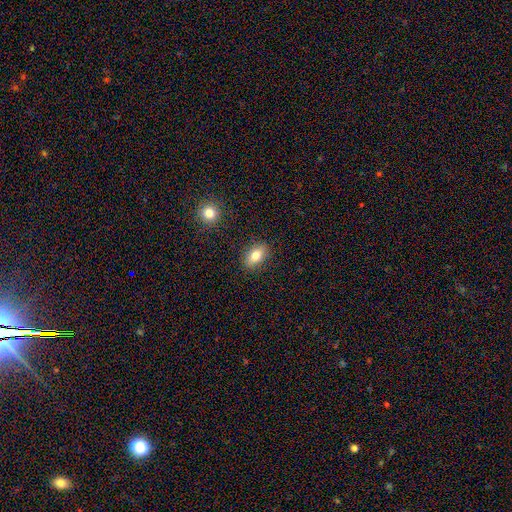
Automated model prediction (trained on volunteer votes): Overall: smooth (78%). How rounded: in between (85%). Merging: none (86%).